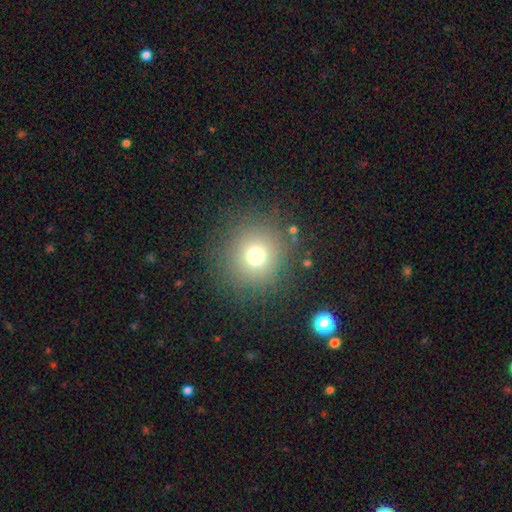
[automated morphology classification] Overall: smooth (72%). How rounded: round (94%). Merging: none (86%).